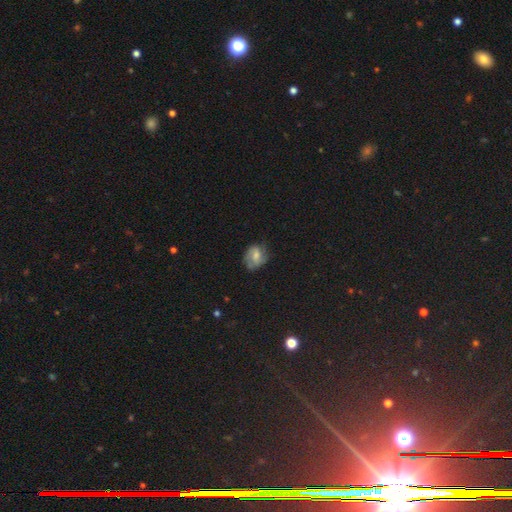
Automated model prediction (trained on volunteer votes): Smooth or featured?
  - smooth: 50% *
  - featured or disk: 40%
  - star or artifact: 10%
How rounded?
  - in between: 58% *
  - round: 41%
  - cigar-shaped: 2%
Merging?
  - none: 60% *
  - minor disturbance: 28%
  - major disturbance: 11%
  - merger: 2%